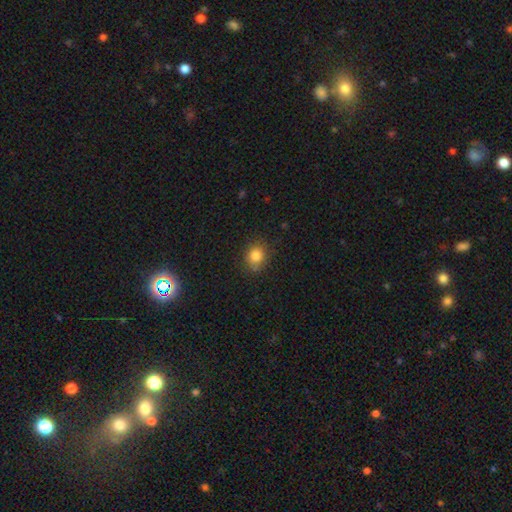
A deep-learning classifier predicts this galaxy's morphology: Q: Smooth or featured?
A: smooth (82%); runner-up: star or artifact (11%)
Q: How rounded?
A: round (78%); runner-up: in between (21%)
Q: Merging?
A: none (80%); runner-up: minor disturbance (15%)